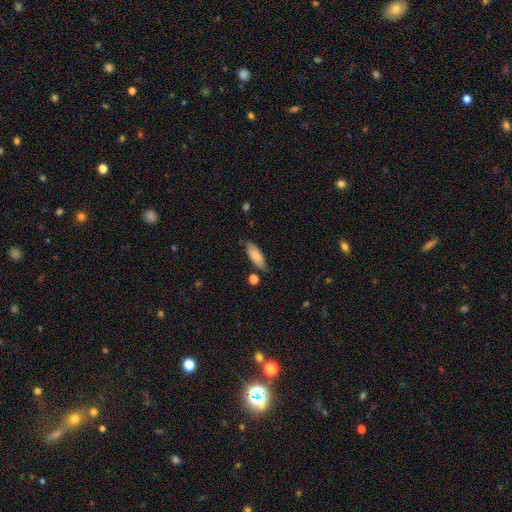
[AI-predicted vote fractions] The model was most divided on "how rounded": in between: 69%, cigar-shaped: 29%, round: 2%. More confident: smooth or featured — smooth (83%); merging — none (75%).